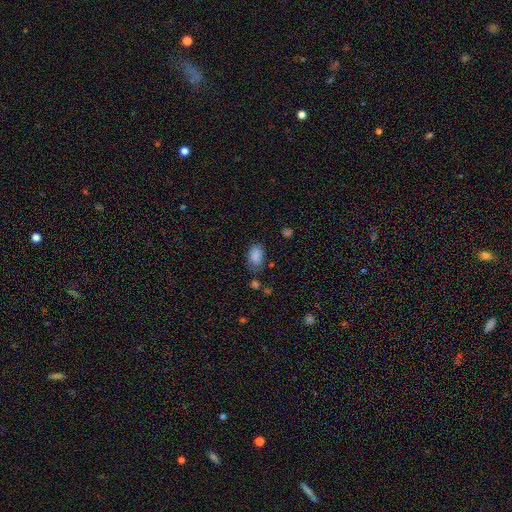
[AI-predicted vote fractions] A smooth galaxy with no disk features (86%) that is in between round and cigar-shaped (88%).

Vote fractions:
- Smooth or featured? smooth: 86% / star or artifact: 8% / featured or disk: 5%
- How rounded? in between: 88% / round: 11% / cigar-shaped: 1%
- Merging? none: 65% / minor disturbance: 24% / major disturbance: 7% / merger: 4%